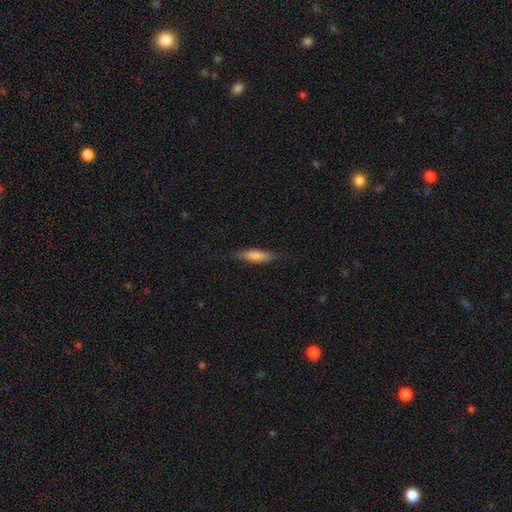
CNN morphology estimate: smooth_or_featured: smooth (p=0.79) [alt: featured or disk p=0.15]
how_rounded: cigar-shaped (p=0.64) [alt: in between p=0.34]
merging: none (p=0.80) [alt: minor disturbance p=0.15]